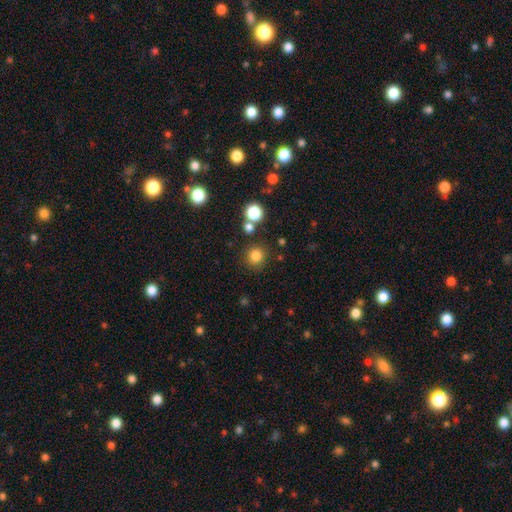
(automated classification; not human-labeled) Morphology: type=smooth (81%); roundness=round (92%); merging=none (84%).